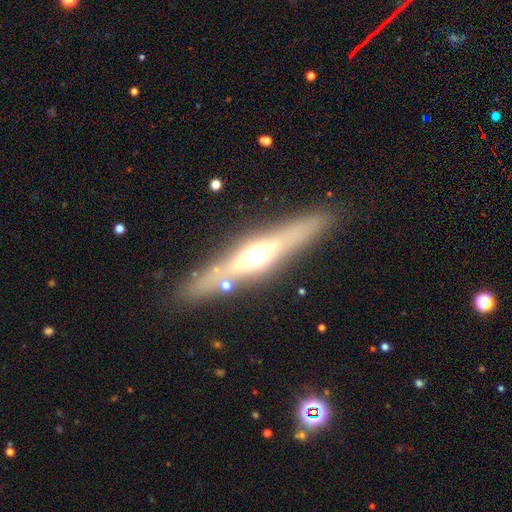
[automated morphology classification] smooth-or-featured: featured or disk: 63% | smooth: 28% | star or artifact: 9%
  disk-edge-on: yes: 90% | no: 10%
    edge-on-bulge: rounded: 92% | boxy: 4% | none: 3%
  merging: none: 85% | minor disturbance: 9% | major disturbance: 3% | merger: 3%